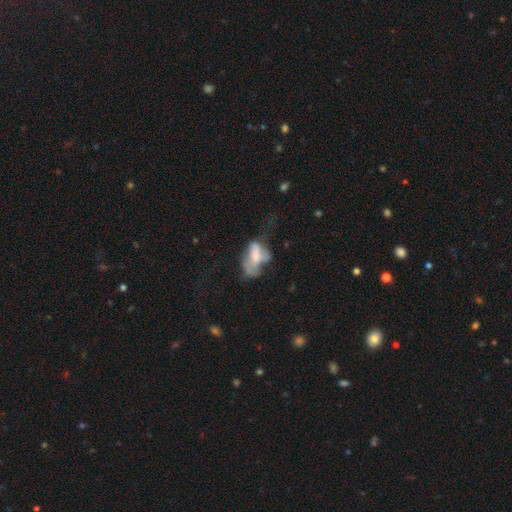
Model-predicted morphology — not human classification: This is possibly a smooth galaxy (53%). How rounded: clearly in between (86%). Merging: marginally major disturbance (42%).